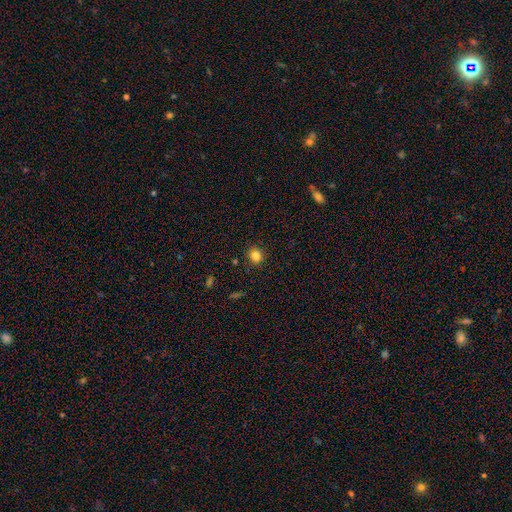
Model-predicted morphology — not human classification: smooth 82%, star or artifact 12%, featured or disk 5%. Down the decision tree: how rounded — round (77%); merging — none (89%).